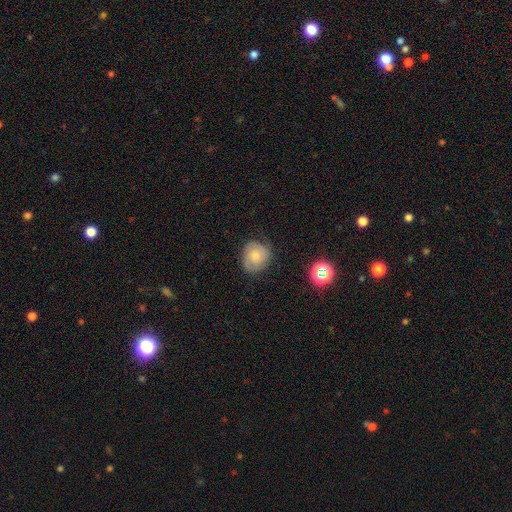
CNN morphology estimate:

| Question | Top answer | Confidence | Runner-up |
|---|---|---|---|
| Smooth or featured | smooth | 60% | featured or disk (30%) |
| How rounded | round | 76% | in between (23%) |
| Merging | none | 70% | minor disturbance (23%) |